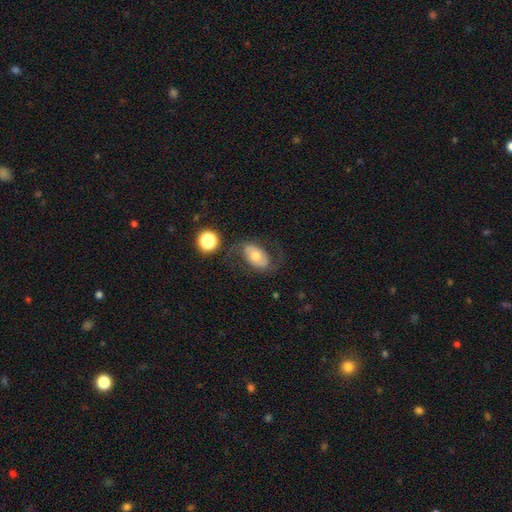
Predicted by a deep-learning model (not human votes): smooth-or-featured: smooth: 48% | featured or disk: 43% | star or artifact: 9%
  merging: none: 63% | minor disturbance: 19% | major disturbance: 14% | merger: 4%